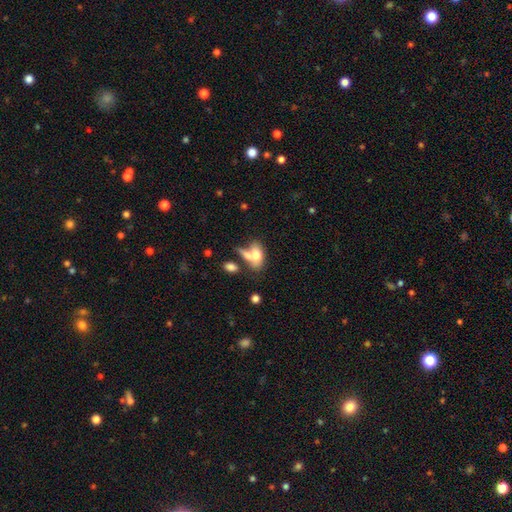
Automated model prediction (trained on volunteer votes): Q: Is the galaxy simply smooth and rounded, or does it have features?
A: smooth — 69%.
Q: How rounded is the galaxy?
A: in between — 84%.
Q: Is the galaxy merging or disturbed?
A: merger — 49%.